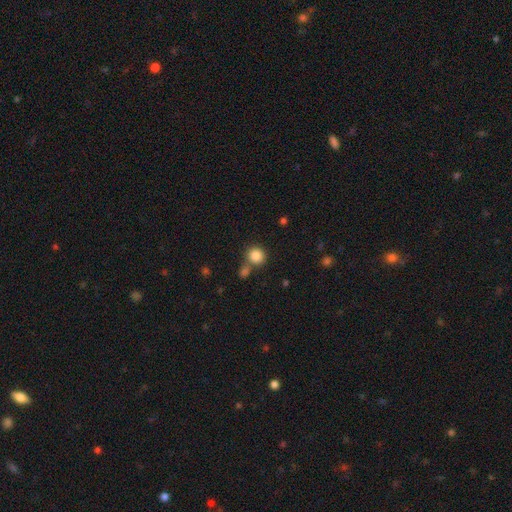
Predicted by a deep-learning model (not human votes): smooth-or-featured: smooth: 85% | star or artifact: 10% | featured or disk: 5%
  how-rounded: round: 90% | in between: 9% | cigar-shaped: 1%
  merging: none: 67% | merger: 21% | minor disturbance: 9% | major disturbance: 3%